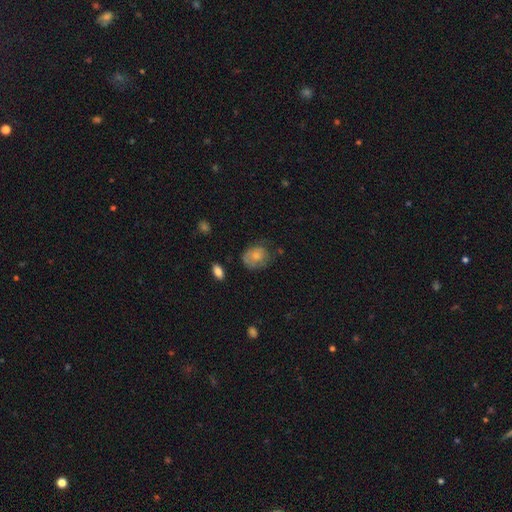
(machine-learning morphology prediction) The model was most divided on "how rounded": round: 54%, in between: 45%, cigar-shaped: 1%. More confident: smooth or featured — smooth (70%); merging — none (52%).